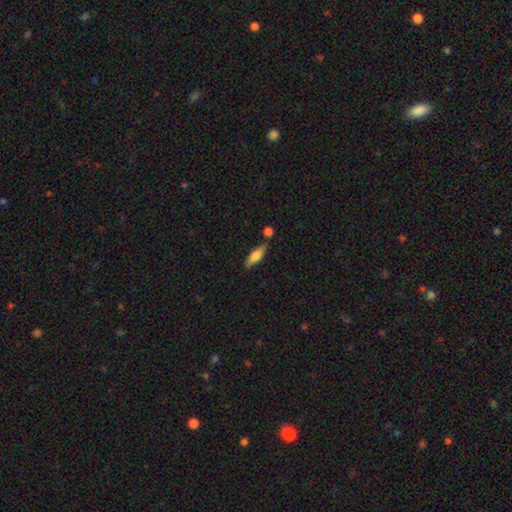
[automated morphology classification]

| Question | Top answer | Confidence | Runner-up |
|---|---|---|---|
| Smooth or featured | smooth | 67% | featured or disk (27%) |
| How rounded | cigar-shaped | 52% | in between (45%) |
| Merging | none | 70% | minor disturbance (15%) |